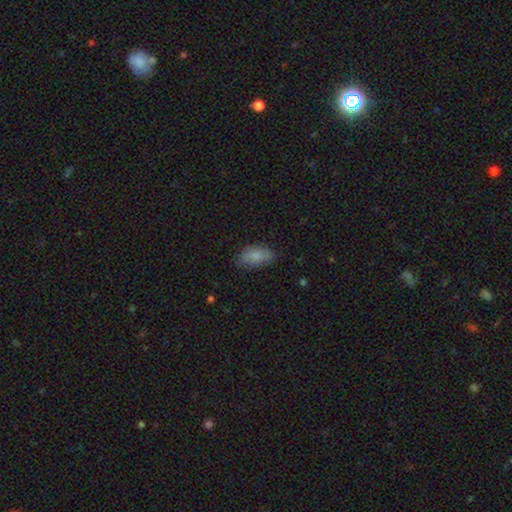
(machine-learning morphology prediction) type=smooth (83%); roundness=in between (92%); merging=none (72%).